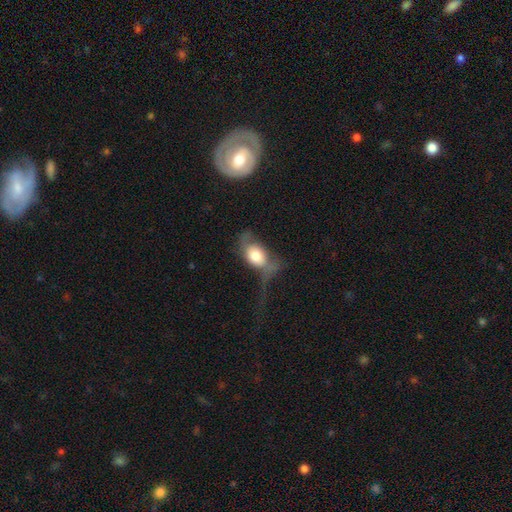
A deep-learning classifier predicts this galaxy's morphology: This is likely a smooth galaxy (62%). How rounded: clearly in between (80%). Merging: possibly major disturbance (55%).